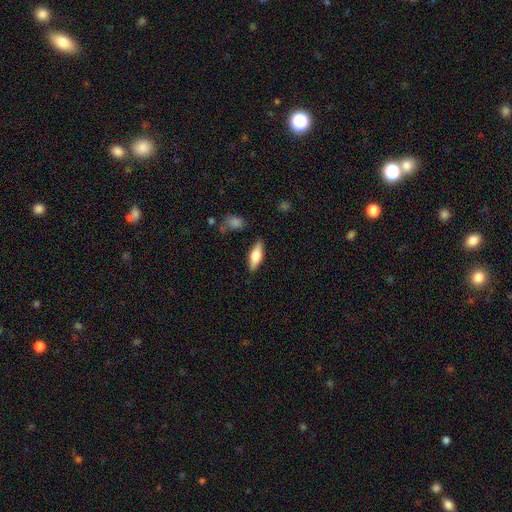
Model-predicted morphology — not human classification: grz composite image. It shows a smooth galaxy with no disk features (57%) that is in between round and cigar-shaped (61%). Merging: none (84%).